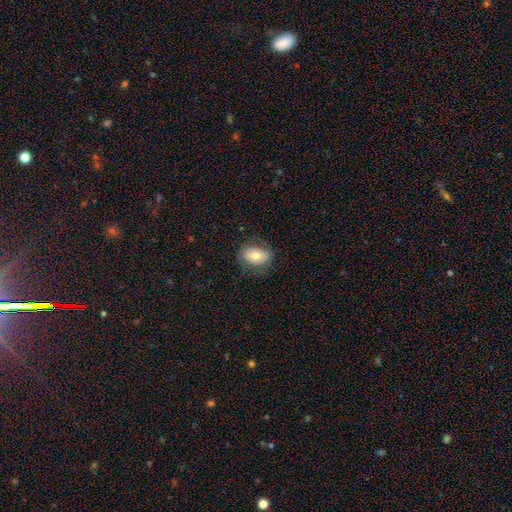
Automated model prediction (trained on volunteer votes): Smooth or featured: smooth — 64% (featured or disk — 29%)
How rounded: in between — 80% (round — 19%)
Merging: none — 75% (minor disturbance — 17%)